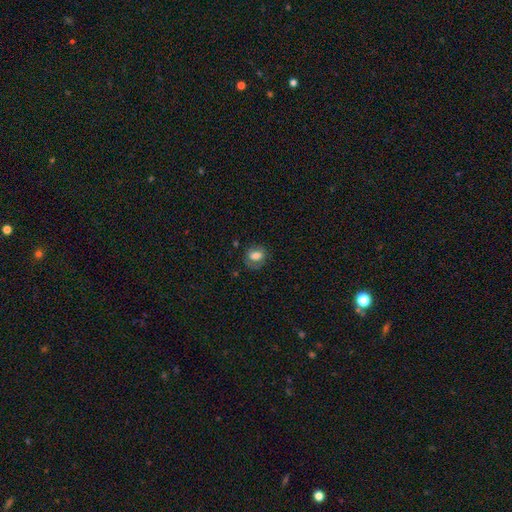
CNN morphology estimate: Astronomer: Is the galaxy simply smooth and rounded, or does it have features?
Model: smooth — 75%.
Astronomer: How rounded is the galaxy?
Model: in between — 56% (runner-up: round, 42%).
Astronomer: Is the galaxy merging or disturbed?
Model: none — 64%.